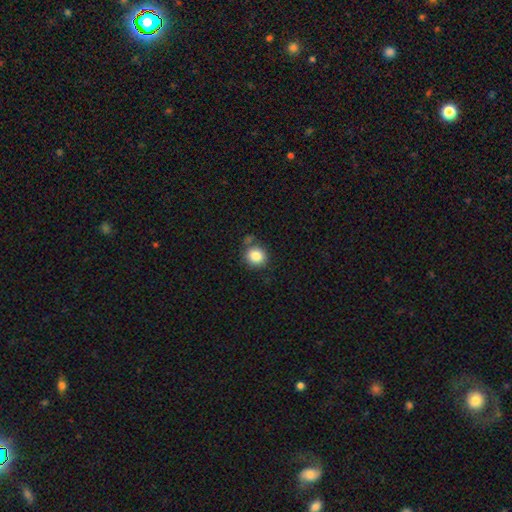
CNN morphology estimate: A smooth galaxy with no disk features (86%) that is round (87%).

Vote fractions:
- Smooth or featured? smooth: 86% / star or artifact: 9% / featured or disk: 5%
- How rounded? round: 87% / in between: 12% / cigar-shaped: 1%
- Merging? none: 74% / minor disturbance: 13% / merger: 9% / major disturbance: 4%